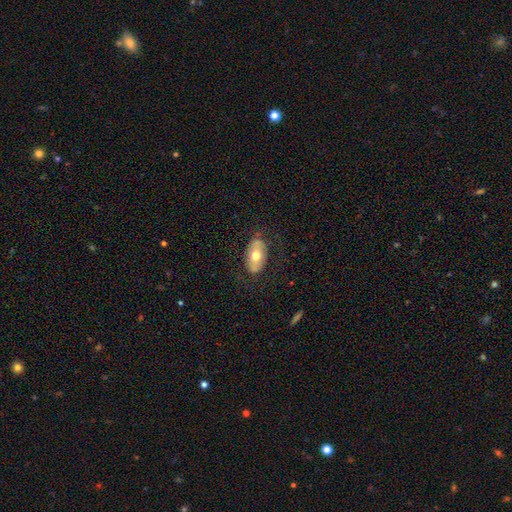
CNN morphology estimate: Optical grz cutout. It shows a smooth galaxy with no disk features (54%) that is in between round and cigar-shaped (92%). Merging: none (75%).